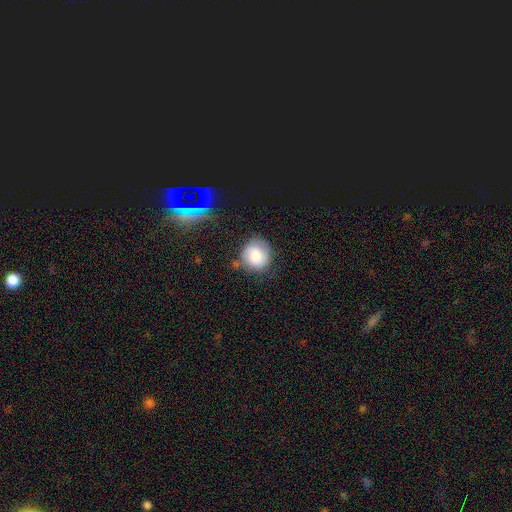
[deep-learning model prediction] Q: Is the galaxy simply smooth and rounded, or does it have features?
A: smooth — 74%.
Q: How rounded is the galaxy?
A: round — 84%.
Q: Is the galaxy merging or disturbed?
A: none — 68%.